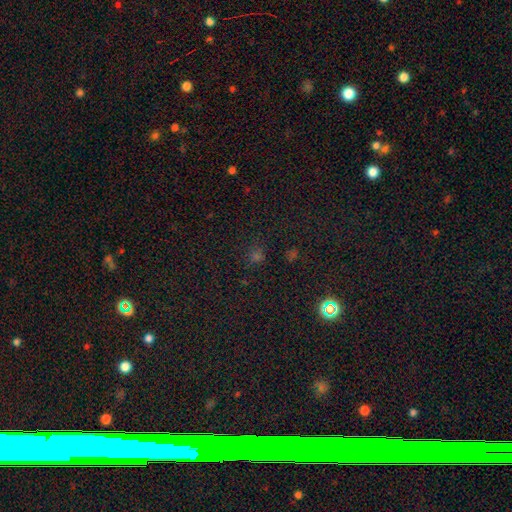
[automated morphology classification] A smooth galaxy with no disk features (50%).

Vote fractions:
- Smooth or featured? smooth: 50% / star or artifact: 44% / featured or disk: 6%
- Merging? none: 80% / minor disturbance: 11% / major disturbance: 5% / merger: 4%